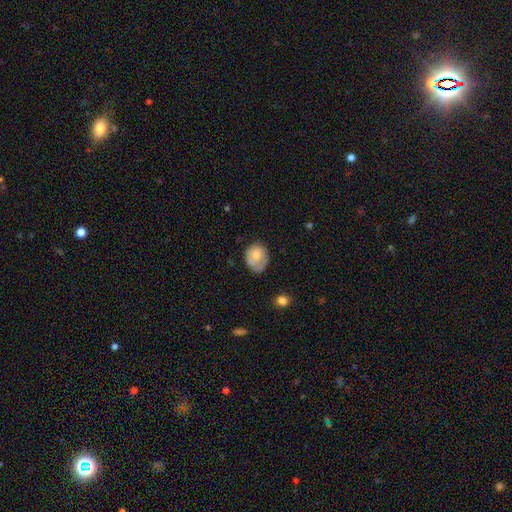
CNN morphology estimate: The model was most divided on "how rounded": round: 55%, in between: 45%, cigar-shaped: 1%. More confident: smooth or featured — smooth (70%); merging — none (51%).